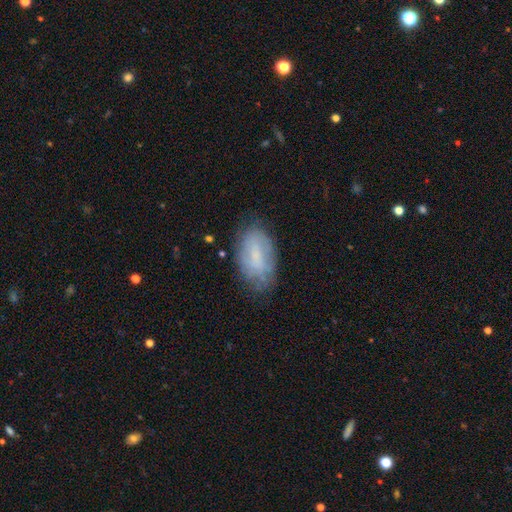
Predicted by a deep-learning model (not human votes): A smooth galaxy with no disk features (53%) that is in between round and cigar-shaped (92%). Merging: none (71%).